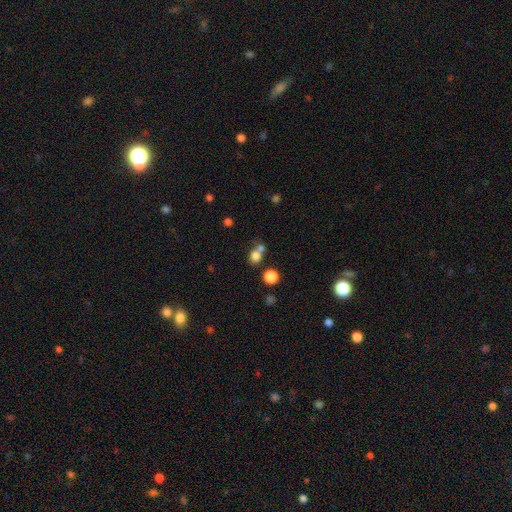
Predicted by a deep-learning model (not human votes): This is likely a smooth galaxy (76%). How rounded: likely round (75%). Merging: possibly none (48%).